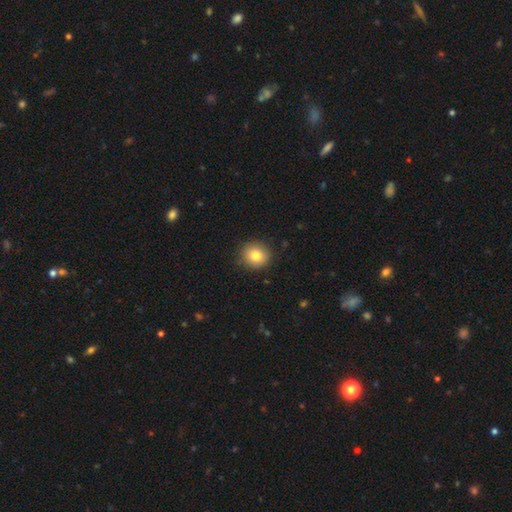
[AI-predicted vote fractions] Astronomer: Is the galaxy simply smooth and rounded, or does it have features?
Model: smooth — 81%.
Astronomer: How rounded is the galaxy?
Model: round — 89%.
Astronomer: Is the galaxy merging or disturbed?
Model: none — 89%.